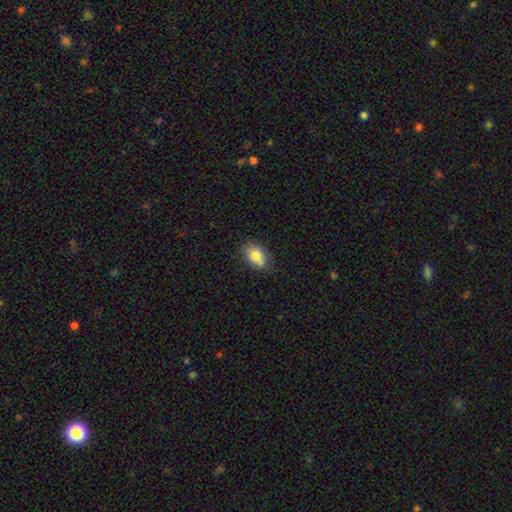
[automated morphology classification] This is likely a smooth galaxy (76%). How rounded: likely in between (70%). Merging: likely none (61%).